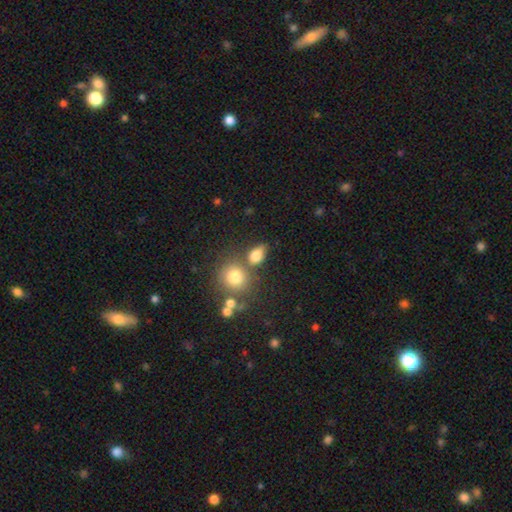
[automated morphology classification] This is likely a smooth galaxy (78%). How rounded: likely in between (68%). Merging: possibly none (57%).